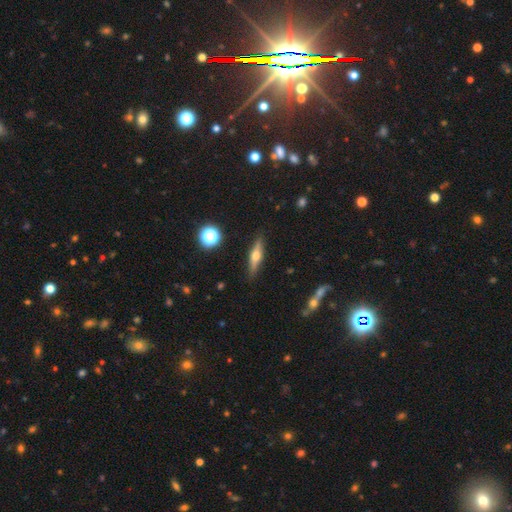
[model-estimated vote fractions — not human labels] Smooth or featured? featured or disk (55%)
Edge-on disk? yes (94%)
Edge-on bulge? rounded (92%)
Merging? none (88%)